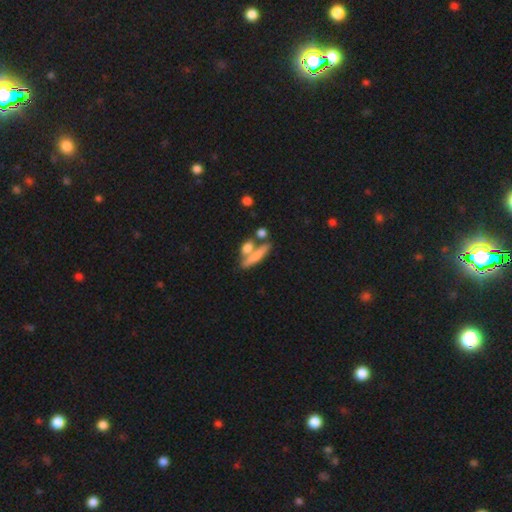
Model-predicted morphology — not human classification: This appears to be a smooth galaxy with no disk features (65%) that is cigar-shaped (69%). Merging: none (52%).